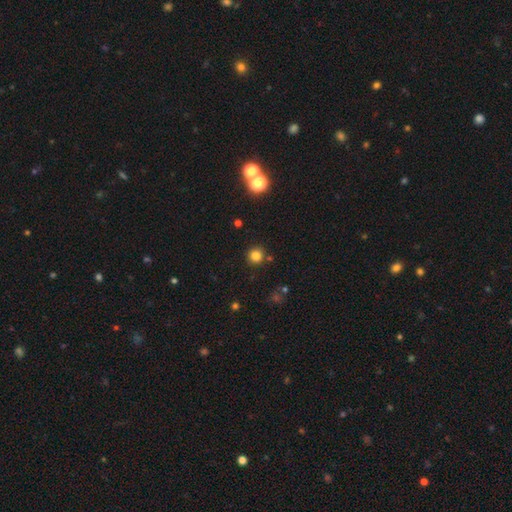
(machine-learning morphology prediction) type=smooth (81%); roundness=round (94%); merging=none (87%).